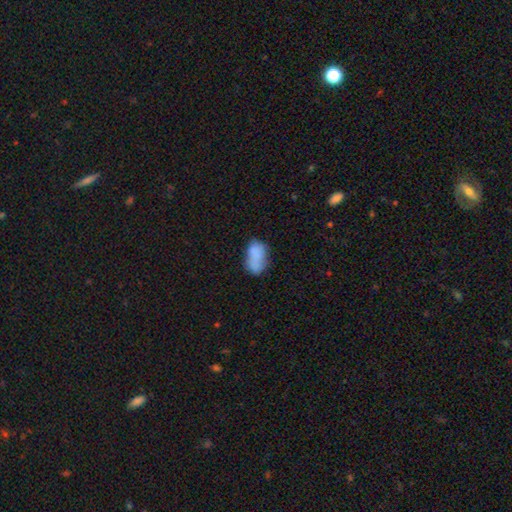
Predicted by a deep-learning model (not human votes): The model was most divided on "merging": none: 44%, minor disturbance: 28%, merger: 16%, major disturbance: 13%. More confident: how rounded — in between (90%); smooth or featured — smooth (77%).